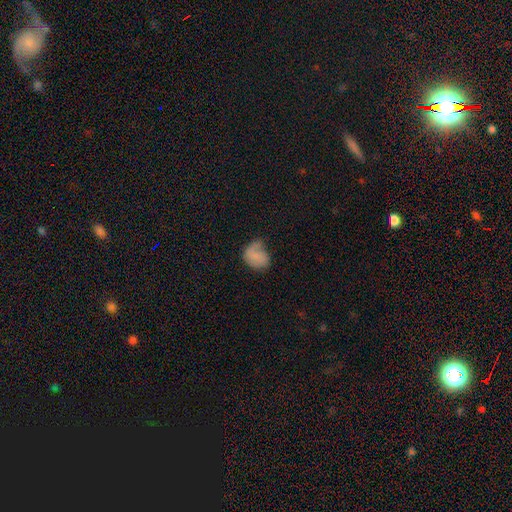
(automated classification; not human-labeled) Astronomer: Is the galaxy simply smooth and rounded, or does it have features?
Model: smooth — 65%.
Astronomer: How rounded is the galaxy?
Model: in between — 54% (runner-up: round, 44%).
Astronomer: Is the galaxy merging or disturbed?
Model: none — 36% (runner-up: minor disturbance, 34%).